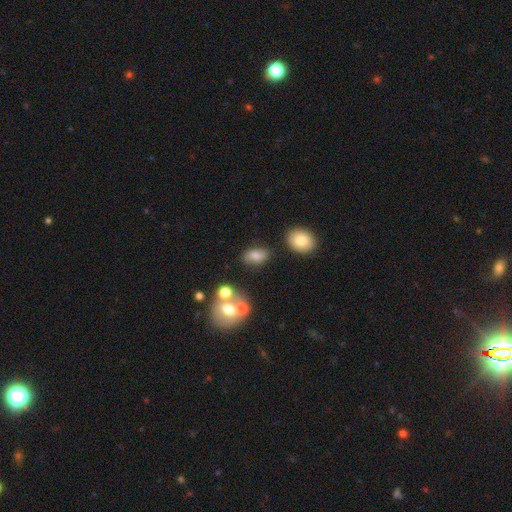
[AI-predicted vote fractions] Morphology: type=smooth (76%); roundness=in between (87%); merging=none (75%).